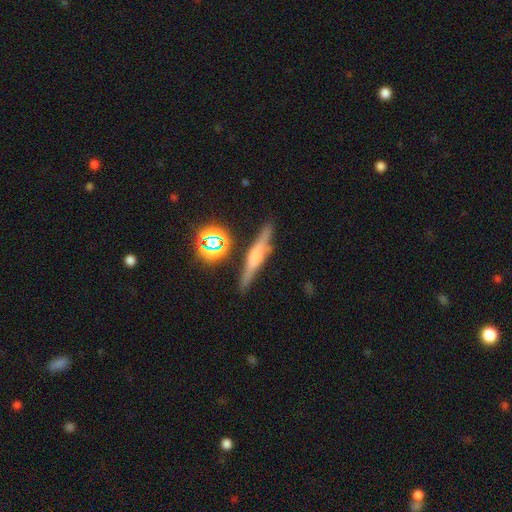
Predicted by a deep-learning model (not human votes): The model was most divided on "edge-on bulge": rounded: 62%, boxy: 28%, none: 10%. More confident: edge-on disk — yes (96%); merging — none (85%); smooth or featured — featured or disk (62%).